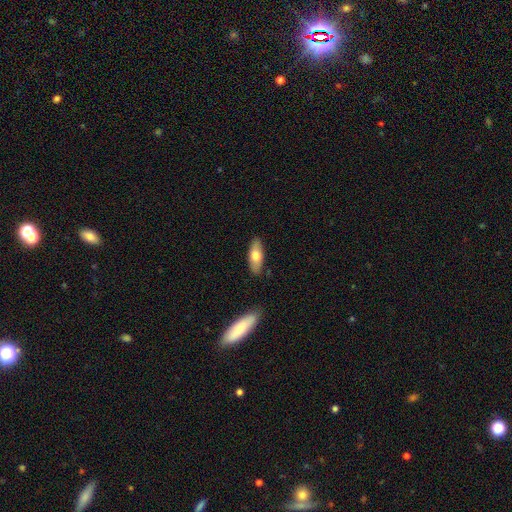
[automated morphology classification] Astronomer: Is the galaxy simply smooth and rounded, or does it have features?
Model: smooth — 68%.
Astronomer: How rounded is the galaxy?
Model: in between — 74%.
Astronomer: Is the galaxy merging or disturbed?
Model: none — 86%.